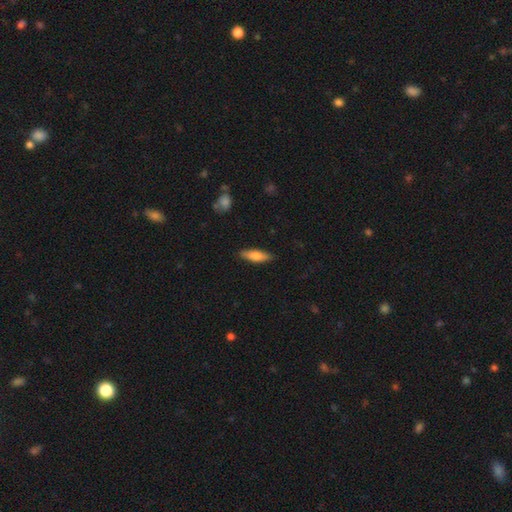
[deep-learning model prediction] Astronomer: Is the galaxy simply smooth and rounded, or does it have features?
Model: smooth — 71%.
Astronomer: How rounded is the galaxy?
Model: cigar-shaped — 56% (runner-up: in between, 42%).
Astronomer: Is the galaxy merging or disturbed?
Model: none — 87%.